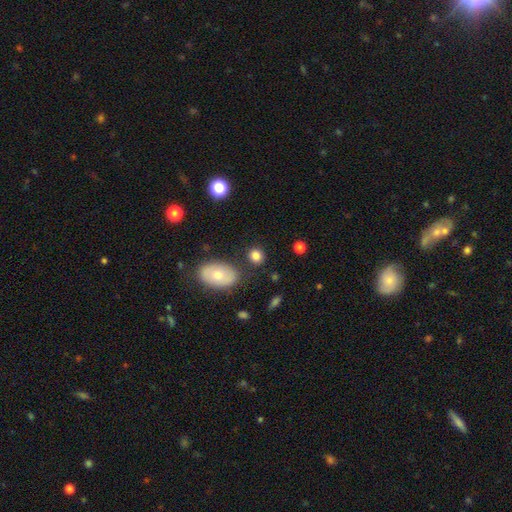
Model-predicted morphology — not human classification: Smooth or featured?
  - smooth: 82% *
  - star or artifact: 10%
  - featured or disk: 8%
How rounded?
  - round: 68% *
  - in between: 30%
  - cigar-shaped: 1%
Merging?
  - none: 80% *
  - minor disturbance: 11%
  - merger: 5%
  - major disturbance: 4%